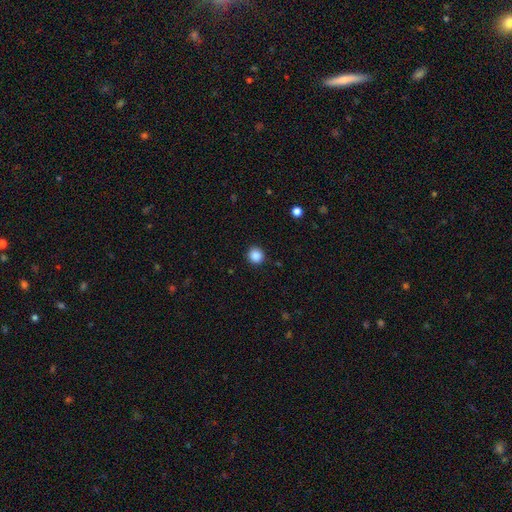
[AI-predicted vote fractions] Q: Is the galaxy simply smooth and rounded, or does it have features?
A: smooth — 87%.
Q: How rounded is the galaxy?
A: round — 93%.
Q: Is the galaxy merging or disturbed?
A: none — 91%.